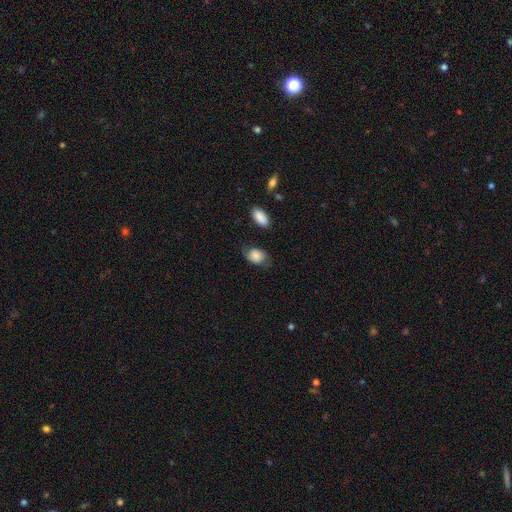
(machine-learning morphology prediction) Overall: smooth (76%). How rounded: in between (73%). Merging: none (59%; minor disturbance 27%).